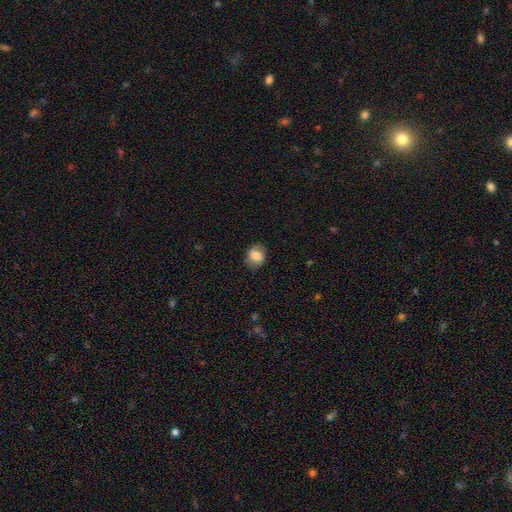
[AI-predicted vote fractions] Smooth or featured?
  - smooth: 75% *
  - featured or disk: 17%
  - star or artifact: 8%
How rounded?
  - in between: 52% *
  - round: 47%
  - cigar-shaped: 1%
Merging?
  - none: 78% *
  - minor disturbance: 16%
  - major disturbance: 5%
  - merger: 1%